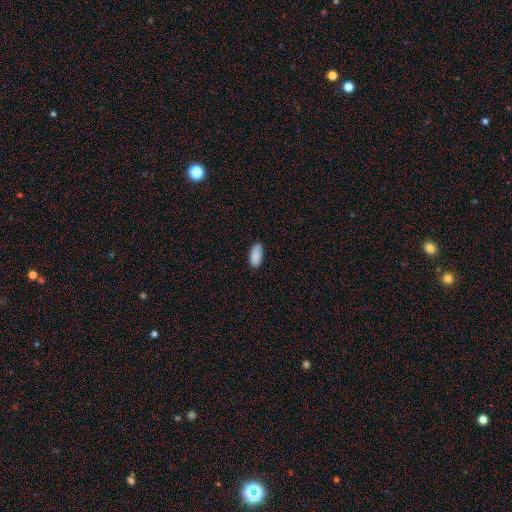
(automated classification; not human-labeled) smooth_or_featured: smooth (p=0.88) [alt: star or artifact p=0.07]
how_rounded: in between (p=0.92) [alt: cigar-shaped p=0.06]
merging: none (p=0.85) [alt: minor disturbance p=0.12]